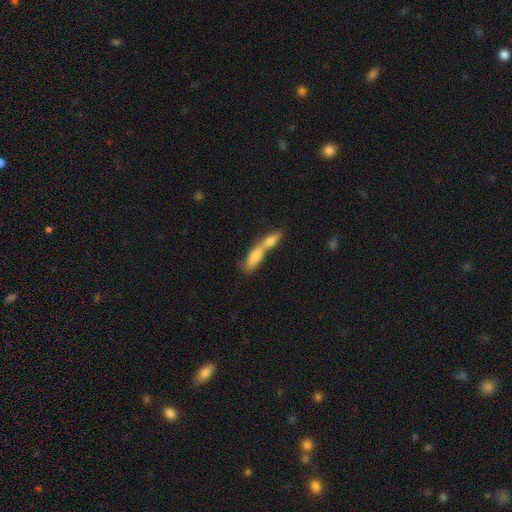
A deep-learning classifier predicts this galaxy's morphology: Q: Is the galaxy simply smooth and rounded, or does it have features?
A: smooth — 59%.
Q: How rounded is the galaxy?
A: cigar-shaped — 61%.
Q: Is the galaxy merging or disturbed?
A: merger — 74%.